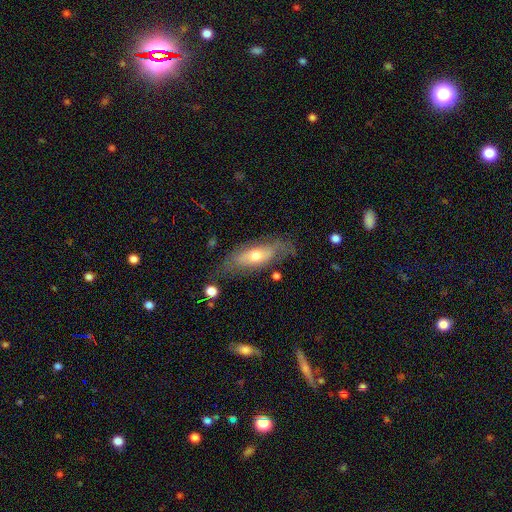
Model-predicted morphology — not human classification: smooth-or-featured: smooth: 49% | featured or disk: 45% | star or artifact: 7%
  merging: none: 69% | minor disturbance: 20% | major disturbance: 8% | merger: 3%